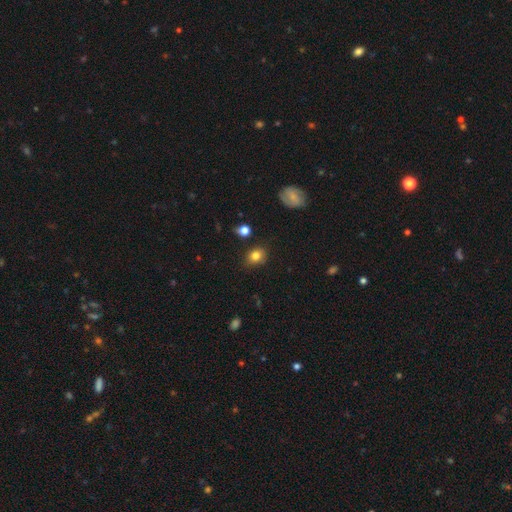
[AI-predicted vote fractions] A smooth galaxy with no disk features (81%) that is round (54%). Merging: none (80%).